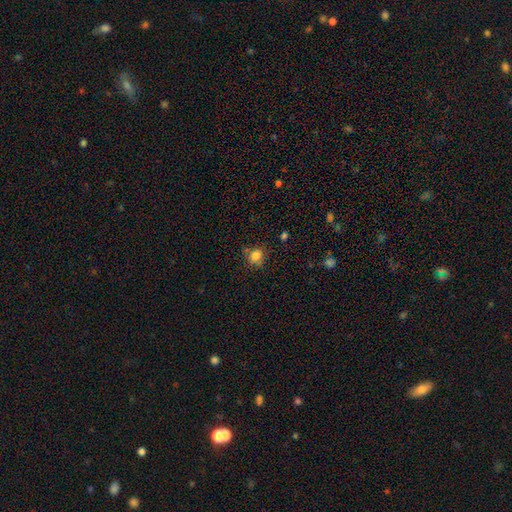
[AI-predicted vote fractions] This is clearly a smooth galaxy (82%). How rounded: clearly round (82%). Merging: likely none (71%).